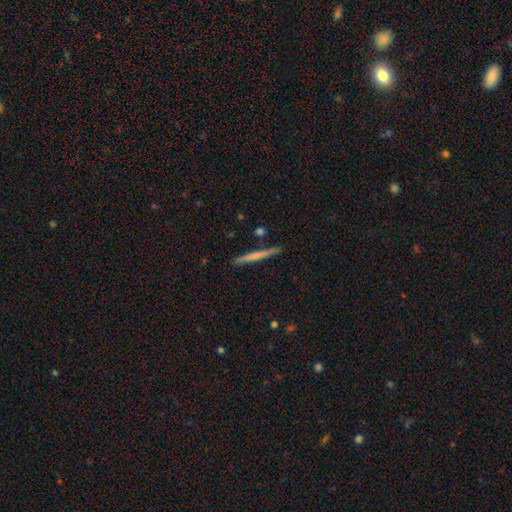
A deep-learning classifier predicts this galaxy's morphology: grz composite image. It shows a smooth galaxy with no disk features (52%) that is cigar-shaped (96%). Merging: none (88%).